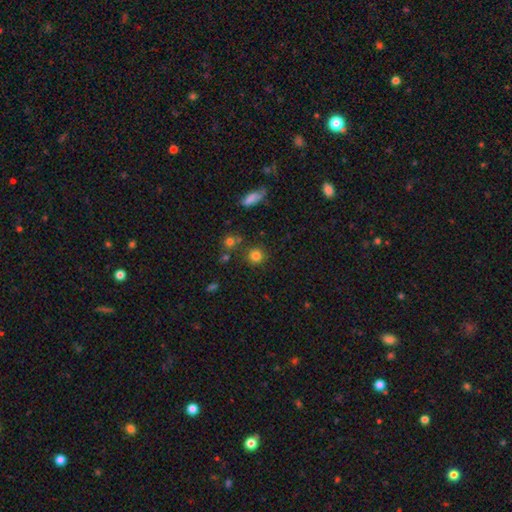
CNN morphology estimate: smooth-or-featured: smooth: 80% | star or artifact: 14% | featured or disk: 6%
  how-rounded: round: 90% | in between: 8% | cigar-shaped: 1%
  merging: none: 83% | minor disturbance: 9% | merger: 5% | major disturbance: 3%